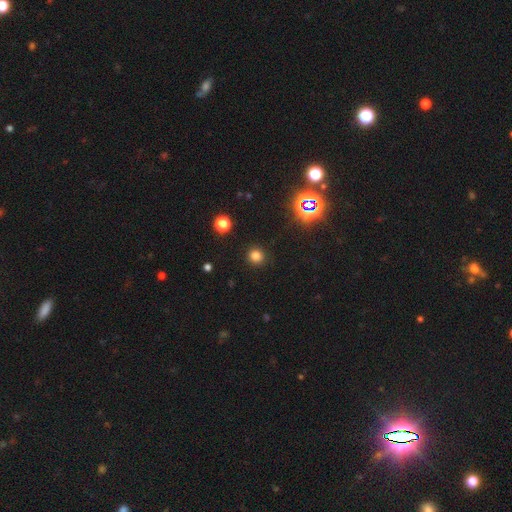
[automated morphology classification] type=smooth (77%); roundness=round (90%); merging=none (91%).